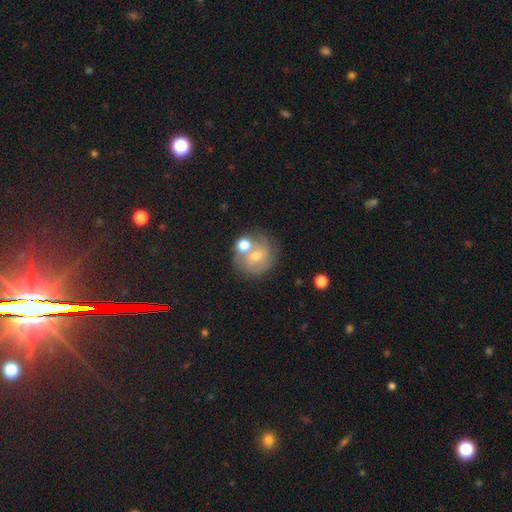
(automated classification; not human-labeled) Smooth or featured? Predicted: smooth (p=0.48). Merging? Predicted: none (p=0.56).